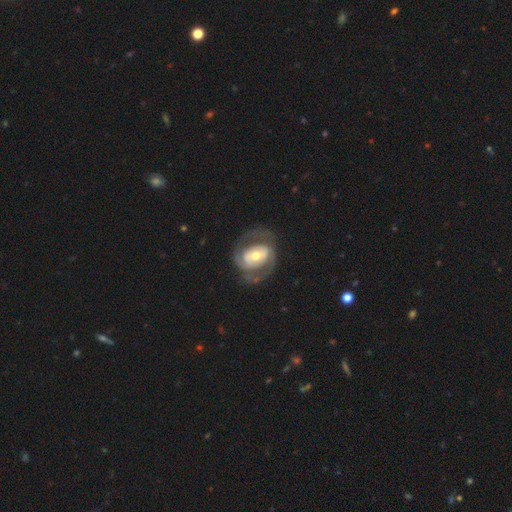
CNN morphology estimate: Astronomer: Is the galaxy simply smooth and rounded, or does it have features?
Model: featured or disk — 78%.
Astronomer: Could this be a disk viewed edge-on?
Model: no — 97%.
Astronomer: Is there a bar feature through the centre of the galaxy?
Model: no — 43% (runner-up: weak, 32%).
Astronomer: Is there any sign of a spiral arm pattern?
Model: yes — 79%.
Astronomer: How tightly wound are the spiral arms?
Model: medium — 44% (runner-up: tight, 38%).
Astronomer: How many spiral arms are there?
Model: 2 — 81%.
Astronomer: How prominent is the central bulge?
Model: moderate — 63%.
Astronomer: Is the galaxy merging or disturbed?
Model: none — 67%.